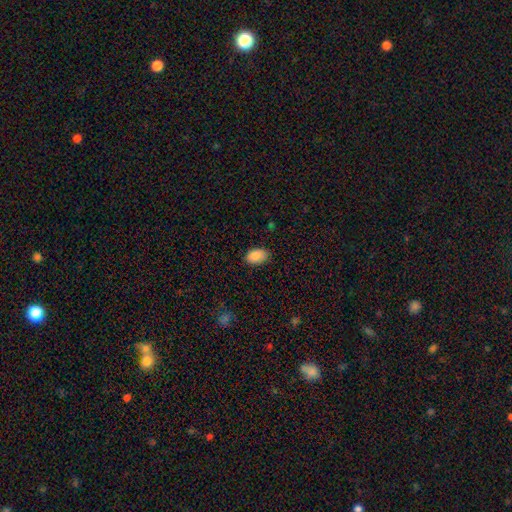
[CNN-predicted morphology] Smooth or featured?
  - smooth: 89% *
  - star or artifact: 8%
  - featured or disk: 4%
How rounded?
  - in between: 90% *
  - round: 9%
  - cigar-shaped: 1%
Merging?
  - none: 82% *
  - minor disturbance: 14%
  - major disturbance: 3%
  - merger: 1%